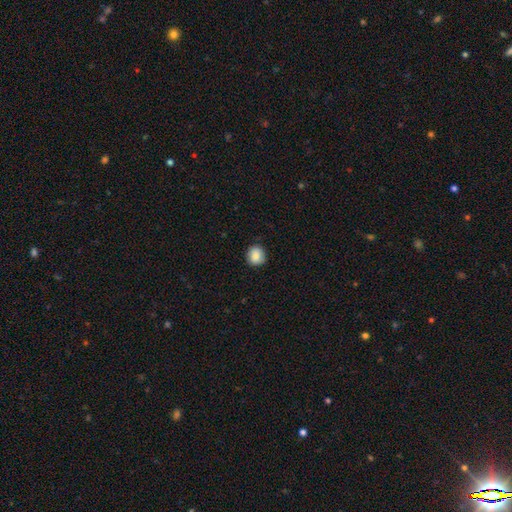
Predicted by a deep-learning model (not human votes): This appears to be a smooth galaxy with no disk features (85%) that is round (87%). Merging: none (86%).